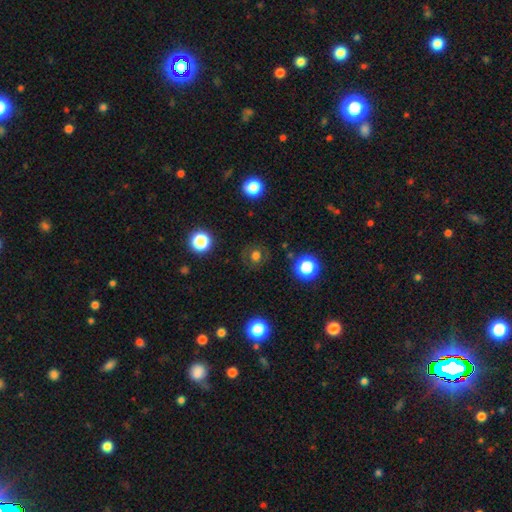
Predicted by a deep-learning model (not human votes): smooth 65%, star or artifact 21%, featured or disk 14%. Down the decision tree: how rounded — round (86%); merging — none (82%).